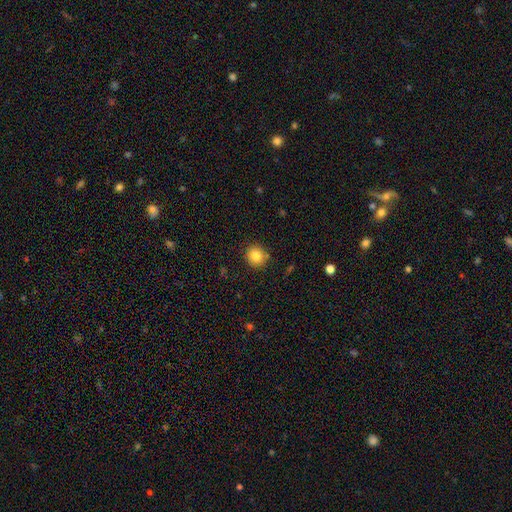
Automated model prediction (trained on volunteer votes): Smooth or featured?
  - smooth: 84% *
  - star or artifact: 10%
  - featured or disk: 6%
How rounded?
  - round: 91% *
  - in between: 8%
  - cigar-shaped: 1%
Merging?
  - none: 86% *
  - minor disturbance: 9%
  - merger: 2%
  - major disturbance: 2%